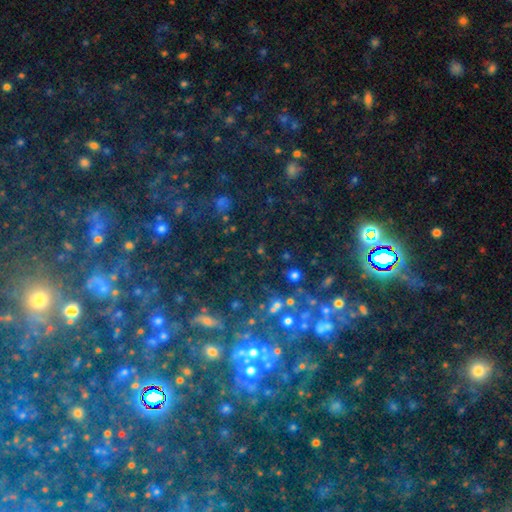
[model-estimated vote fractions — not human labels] Smooth or featured?
  - star or artifact: 70% *
  - smooth: 18%
  - featured or disk: 12%